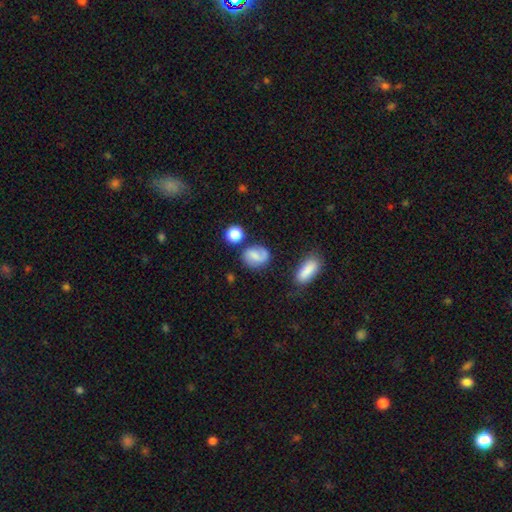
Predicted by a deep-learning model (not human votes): The model was most divided on "how rounded": round: 52%, in between: 46%, cigar-shaped: 2%. More confident: merging — none (66%); smooth or featured — smooth (55%).